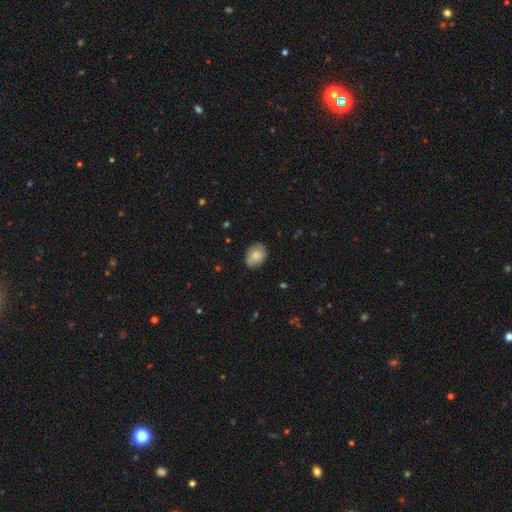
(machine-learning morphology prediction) smooth_or_featured: smooth (p=0.81) [alt: featured or disk p=0.12]
how_rounded: in between (p=0.66) [alt: round p=0.33]
merging: none (p=0.78) [alt: minor disturbance p=0.18]